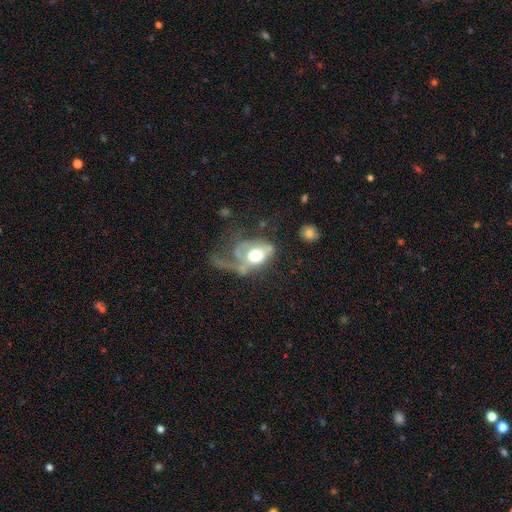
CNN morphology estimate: Smooth or featured: featured or disk — 56% (smooth — 36%)
Edge-on disk: no — 94% (yes — 6%)
Bar: no — 74% (weak — 20%)
Spiral arms: yes — 55% (no — 45%)
Bulge size: moderate — 44% (tied with large — 44%)
Merging: major disturbance — 60% (none — 16%)